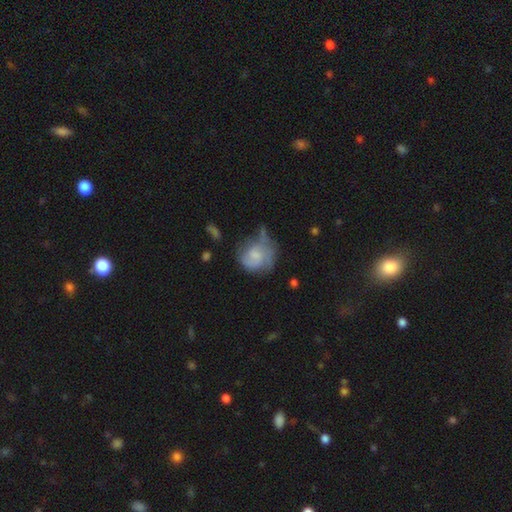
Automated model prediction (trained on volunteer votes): Smooth or featured?
  - smooth: 47% *
  - featured or disk: 44%
  - star or artifact: 8%
Merging?
  - none: 35% *
  - minor disturbance: 29%
  - major disturbance: 27%
  - merger: 8%